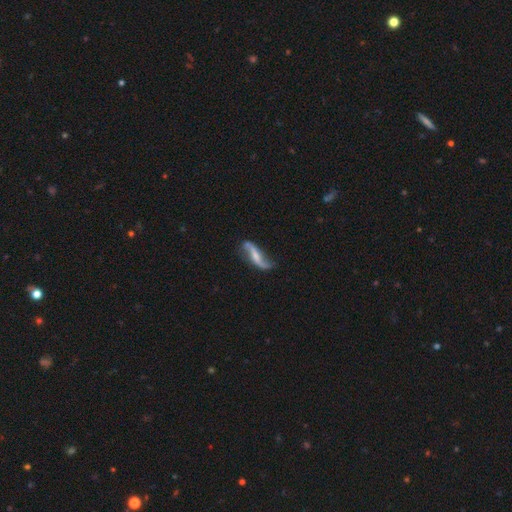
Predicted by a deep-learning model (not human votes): Smooth or featured: featured or disk — 78% (smooth — 16%)
Edge-on disk: no — 87% (yes — 13%)
Bar: weak — 36% (strong — 34%)
Spiral arms: yes — 91% (no — 9%)
Spiral winding: loose — 90% (medium — 7%)
Spiral arm count: 2 — 89% (1 — 5%)
Bulge size: small — 40% (none — 29%)
Merging: none — 62% (minor disturbance — 22%)